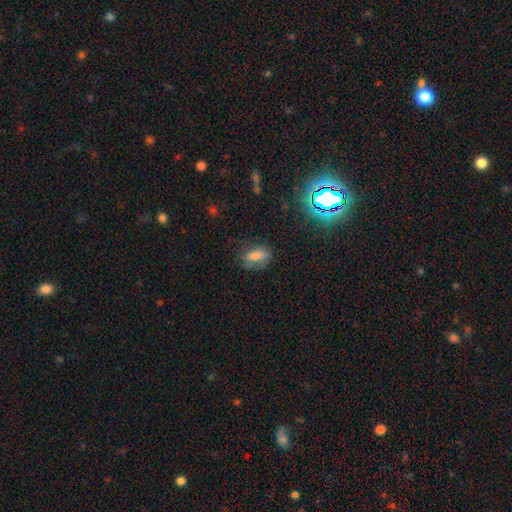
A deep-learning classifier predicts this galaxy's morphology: Smooth or featured: smooth — 61% (star or artifact — 22%)
How rounded: in between — 80% (round — 11%)
Merging: none — 68% (minor disturbance — 21%)